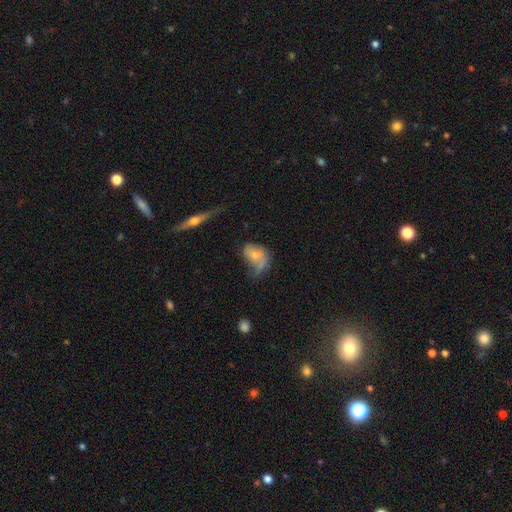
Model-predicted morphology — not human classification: This is possibly a smooth galaxy (55%). How rounded: clearly in between (81%). Merging: marginally major disturbance (36%).